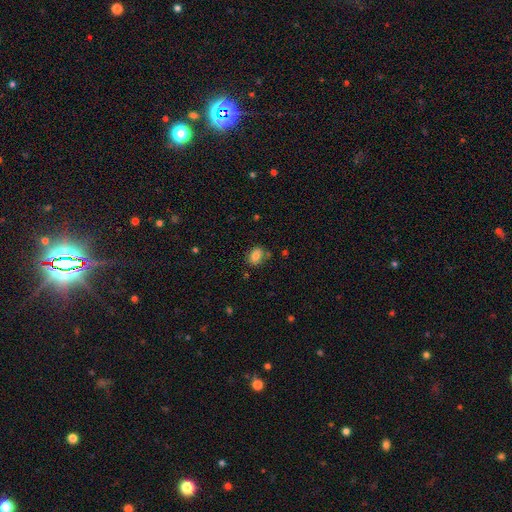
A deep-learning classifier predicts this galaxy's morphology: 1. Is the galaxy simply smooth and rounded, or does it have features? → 82% smooth, 10% star or artifact, 8% featured or disk.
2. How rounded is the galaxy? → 66% in between, 33% round, 1% cigar-shaped.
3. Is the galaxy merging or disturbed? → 76% none, 15% minor disturbance, 5% merger, 4% major disturbance.